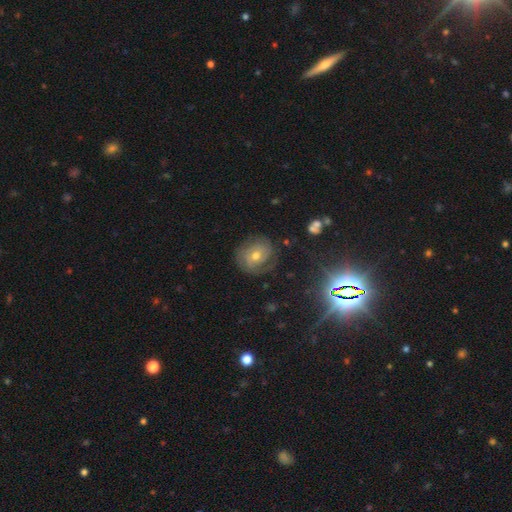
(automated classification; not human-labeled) Smooth or featured?
  - featured or disk: 59% *
  - smooth: 24%
  - star or artifact: 17%
Edge-on disk?
  - no: 96% *
  - yes: 4%
Bar?
  - no: 67% *
  - weak: 26%
  - strong: 7%
Spiral arms?
  - yes: 80% *
  - no: 20%
Bulge size?
  - moderate: 63% *
  - small: 32%
  - large: 3%
  - none: 1%
  - dominant: 1%
Merging?
  - none: 72% *
  - minor disturbance: 18%
  - major disturbance: 9%
  - merger: 2%